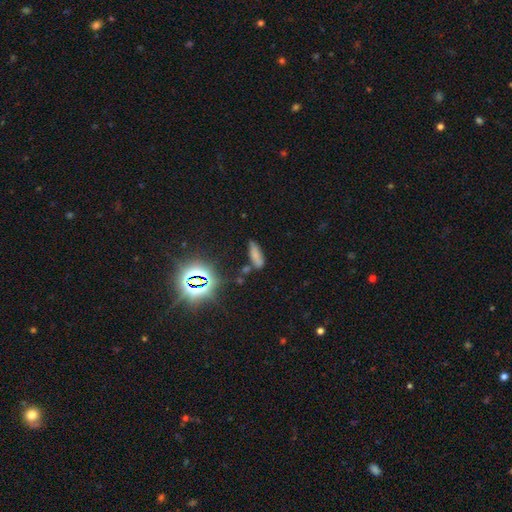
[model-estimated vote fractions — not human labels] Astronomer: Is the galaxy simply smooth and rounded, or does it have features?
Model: smooth — 66%.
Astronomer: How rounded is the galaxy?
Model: in between — 57% (runner-up: cigar-shaped, 39%).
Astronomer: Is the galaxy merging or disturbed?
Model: none — 60%.